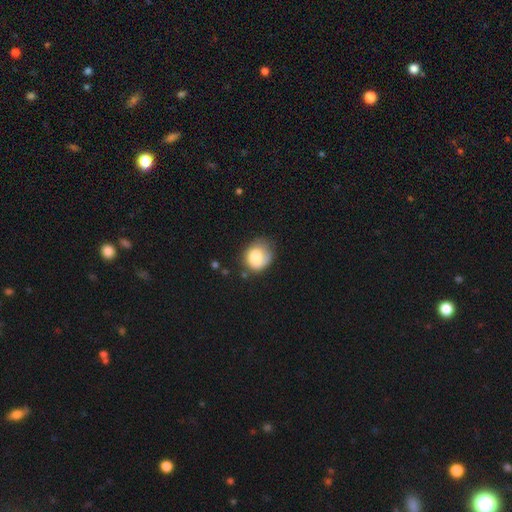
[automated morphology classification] Q: Smooth or featured?
A: smooth (77%); runner-up: featured or disk (16%)
Q: How rounded?
A: round (58%); runner-up: in between (41%)
Q: Merging?
A: none (48%); runner-up: minor disturbance (31%)